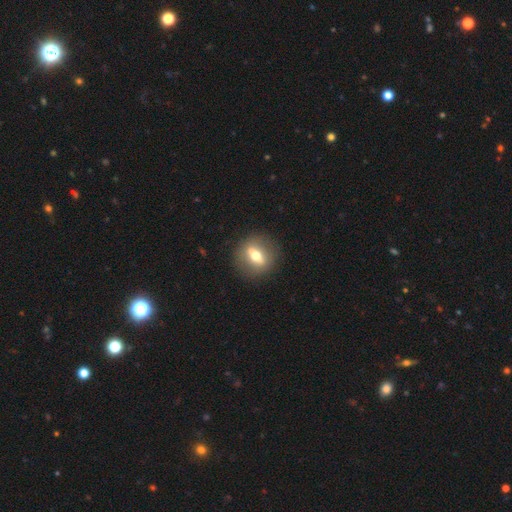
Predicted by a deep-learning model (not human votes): Smooth or featured: featured or disk — 55% (smooth — 37%)
Edge-on disk: yes — 50% (tied with no — 50%)
Merging: none — 88% (minor disturbance — 7%)